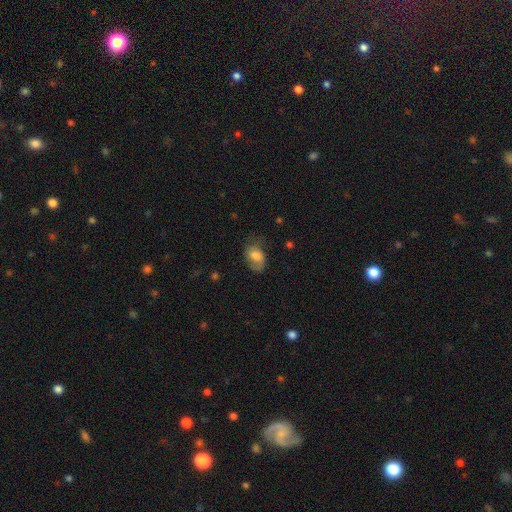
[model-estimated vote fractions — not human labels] This is likely a smooth galaxy (67%). How rounded: clearly in between (86%). Merging: possibly none (51%).